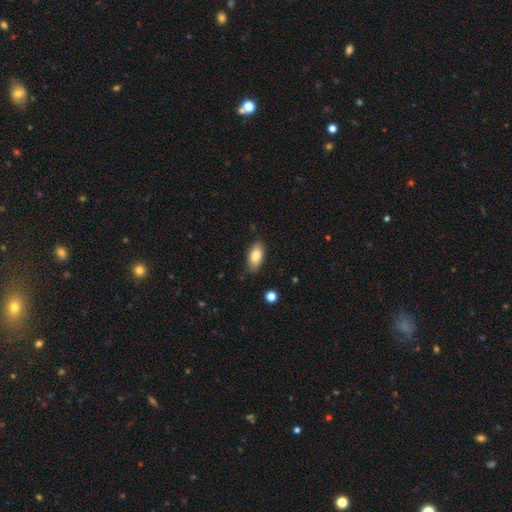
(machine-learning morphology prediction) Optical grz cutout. It shows a smooth galaxy with no disk features (80%) that is in between round and cigar-shaped (90%). Merging: none (77%).